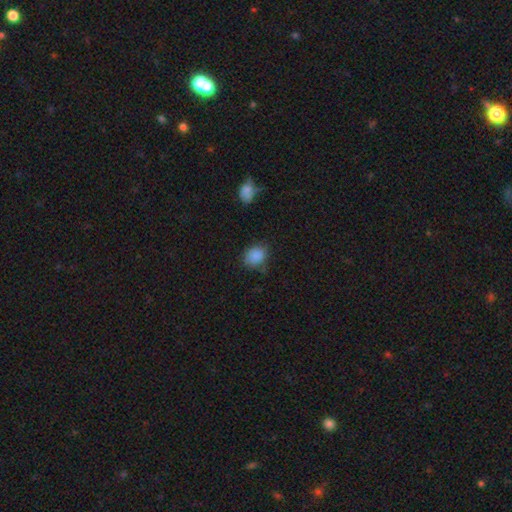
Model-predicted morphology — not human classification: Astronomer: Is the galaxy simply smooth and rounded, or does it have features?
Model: smooth — 86%.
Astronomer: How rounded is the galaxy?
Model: round — 51% (runner-up: in between, 48%).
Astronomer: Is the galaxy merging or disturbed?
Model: none — 74%.